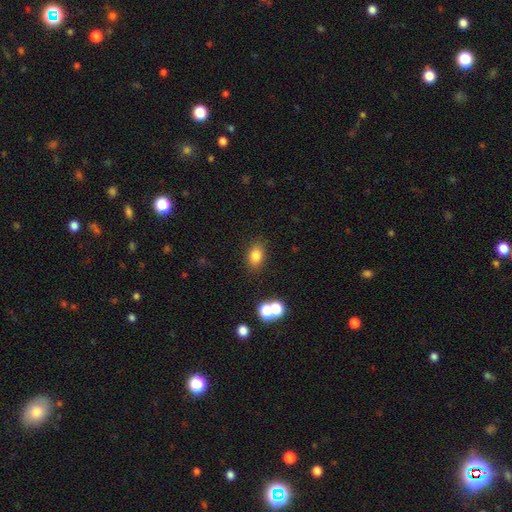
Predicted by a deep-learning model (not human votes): Smooth or featured? Predicted: smooth (p=0.80). How rounded? Predicted: in between (p=0.77). Merging? Predicted: none (p=0.82).